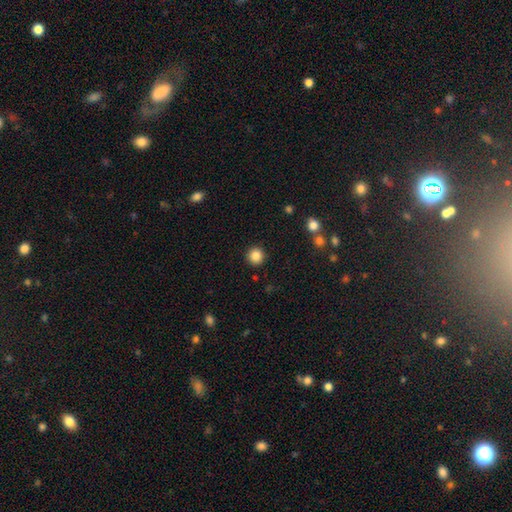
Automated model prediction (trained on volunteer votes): smooth 86%, star or artifact 10%, featured or disk 4%. Down the decision tree: how rounded — round (94%); merging — none (92%).